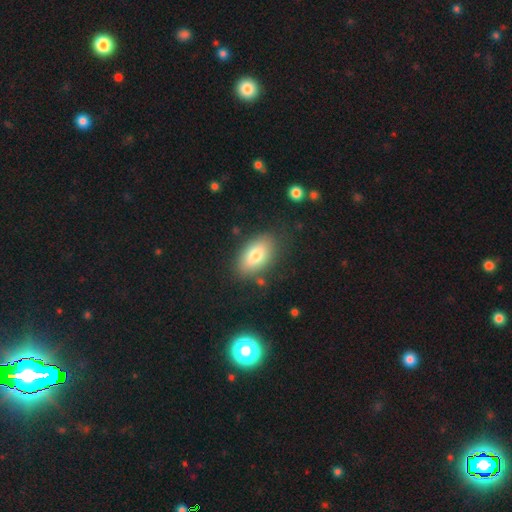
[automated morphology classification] Smooth or featured? smooth (78%)
How rounded? in between (92%)
Merging? none (81%)